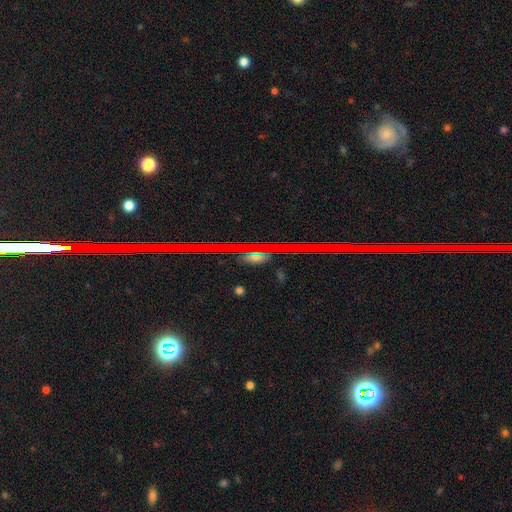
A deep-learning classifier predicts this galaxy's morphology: type=star or artifact (57%).